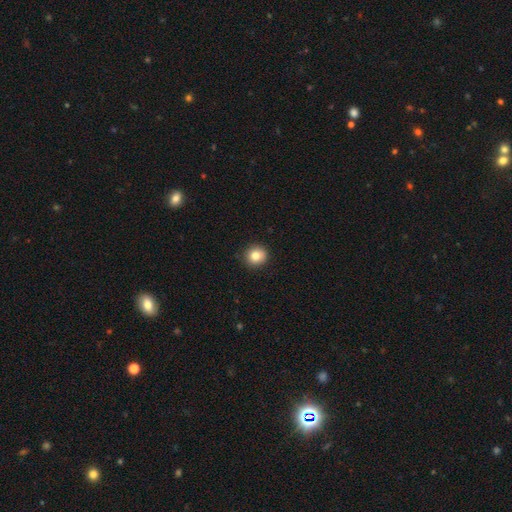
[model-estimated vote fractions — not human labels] smooth 83%, star or artifact 10%, featured or disk 7%. Down the decision tree: how rounded — round (90%); merging — none (89%).